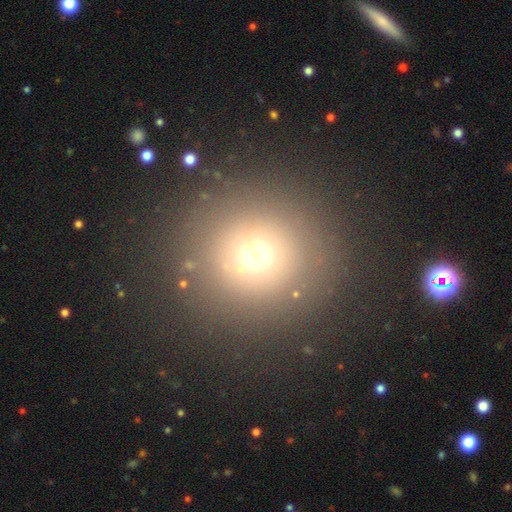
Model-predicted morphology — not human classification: Q: Smooth or featured?
A: smooth (64%); runner-up: star or artifact (25%)
Q: How rounded?
A: round (94%); runner-up: in between (5%)
Q: Merging?
A: none (86%); runner-up: minor disturbance (7%)